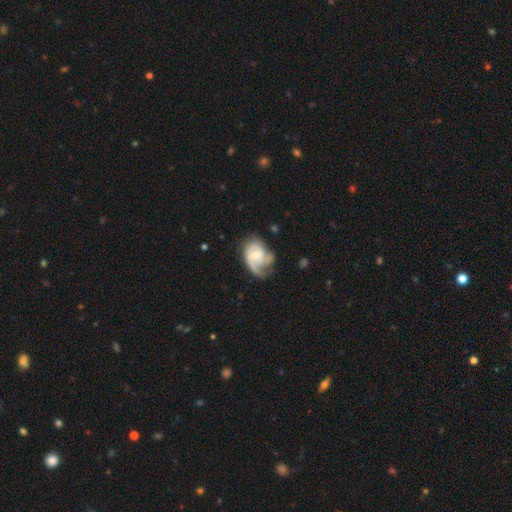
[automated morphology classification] featured or disk 80%, smooth 14%, star or artifact 5%. Down the decision tree: edge-on disk — no (98%); bar — no (59%); spiral arms — yes (93%); spiral arm count — 2 (41%); spiral winding — medium (42%); bulge size — small (48%); merging — none (42%).